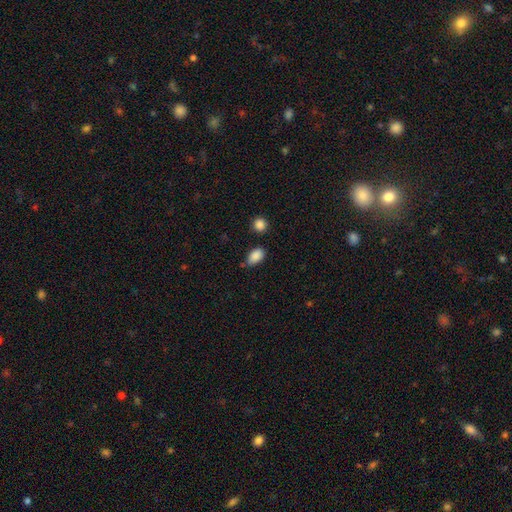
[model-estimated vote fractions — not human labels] This is clearly a smooth galaxy (88%). How rounded: clearly in between (88%). Merging: likely none (69%).